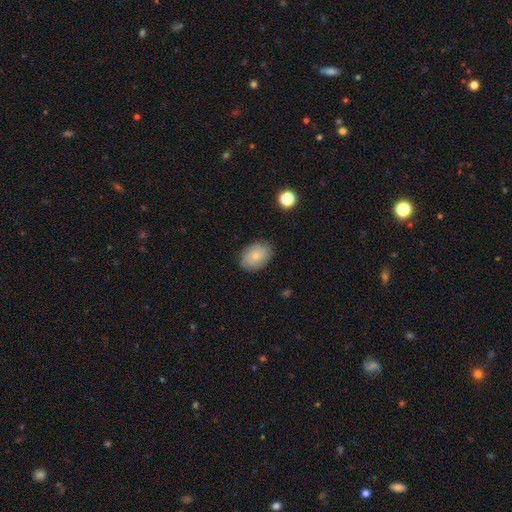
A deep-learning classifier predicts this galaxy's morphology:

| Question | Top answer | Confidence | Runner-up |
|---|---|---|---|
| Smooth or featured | smooth | 73% | featured or disk (20%) |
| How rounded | in between | 79% | round (20%) |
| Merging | none | 84% | minor disturbance (12%) |